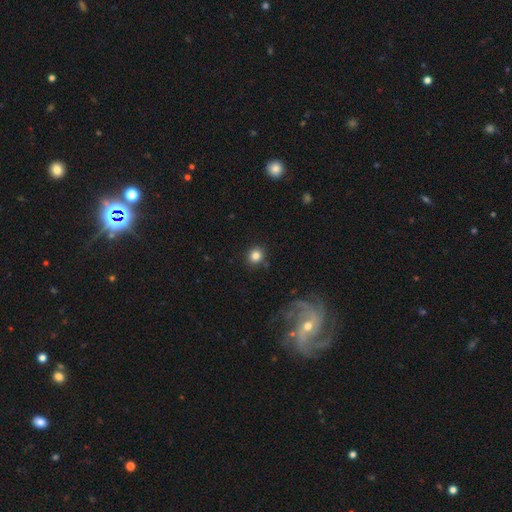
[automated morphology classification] A smooth galaxy with no disk features (83%) that is round (86%).

Vote fractions:
- Smooth or featured? smooth: 83% / star or artifact: 10% / featured or disk: 7%
- How rounded? round: 86% / in between: 13% / cigar-shaped: 1%
- Merging? none: 87% / minor disturbance: 8% / major disturbance: 3% / merger: 2%